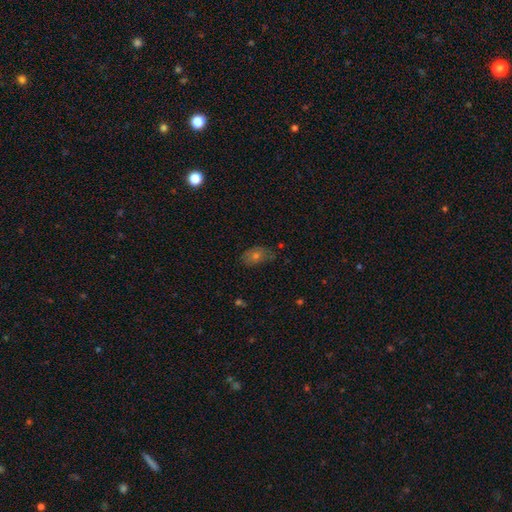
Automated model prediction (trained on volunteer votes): Overall: smooth (53%; featured or disk 25%). How rounded: in between (78%). Merging: none (71%).